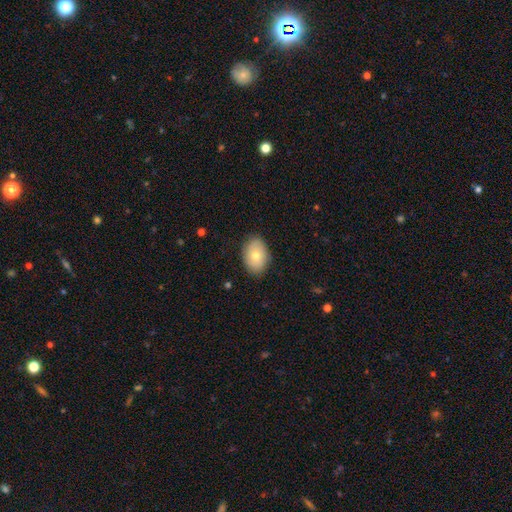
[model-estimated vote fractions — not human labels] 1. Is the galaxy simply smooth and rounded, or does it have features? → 70% smooth, 23% featured or disk, 7% star or artifact.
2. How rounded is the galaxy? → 78% in between, 21% round, 1% cigar-shaped.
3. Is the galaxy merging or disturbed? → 84% none, 13% minor disturbance, 3% major disturbance, 1% merger.